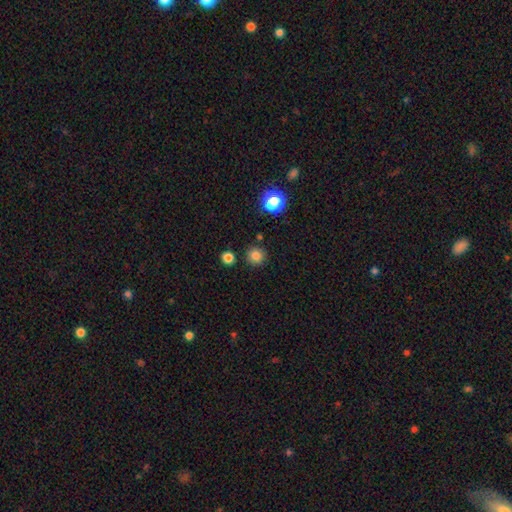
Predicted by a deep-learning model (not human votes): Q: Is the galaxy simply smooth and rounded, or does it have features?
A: smooth — 82%.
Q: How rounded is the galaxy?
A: round — 94%.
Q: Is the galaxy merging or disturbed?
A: none — 88%.